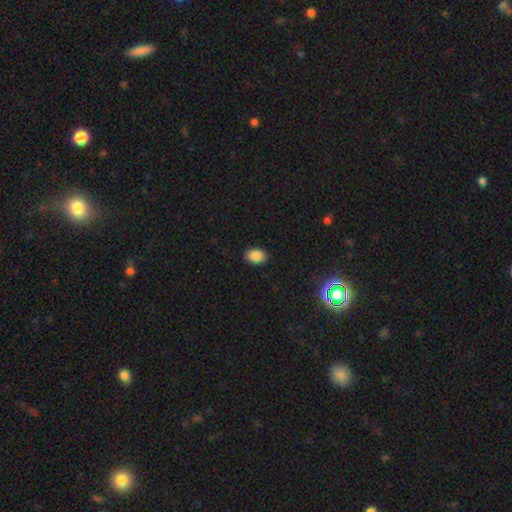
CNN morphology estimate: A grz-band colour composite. It shows a smooth galaxy with no disk features (88%) that is in between round and cigar-shaped (84%). Merging: none (89%).